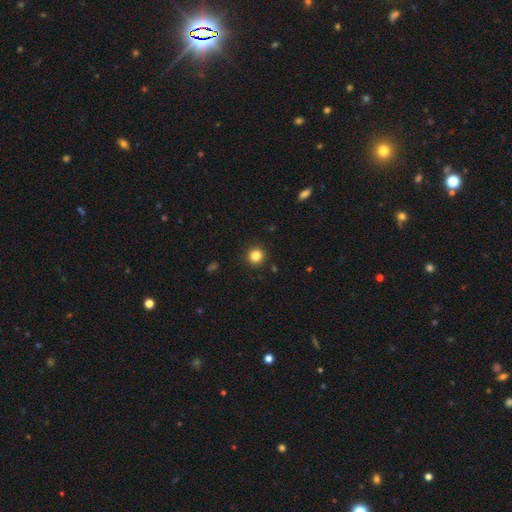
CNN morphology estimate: The model was most divided on "smooth or featured": smooth: 84%, star or artifact: 11%, featured or disk: 4%. More confident: how rounded — round (95%); merging — none (92%).